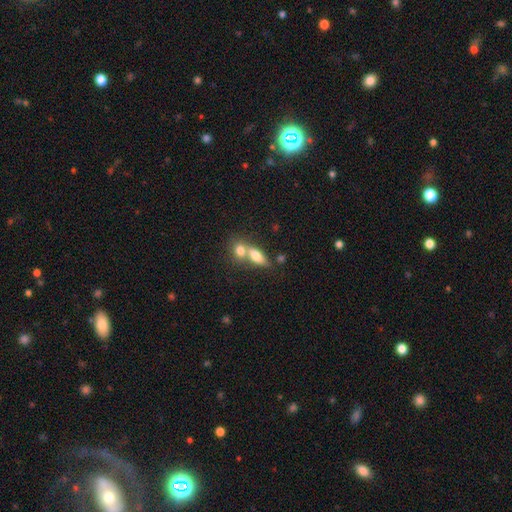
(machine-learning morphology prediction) smooth 73%, featured or disk 19%, star or artifact 8%. Down the decision tree: how rounded — in between (74%); merging — merger (59%).